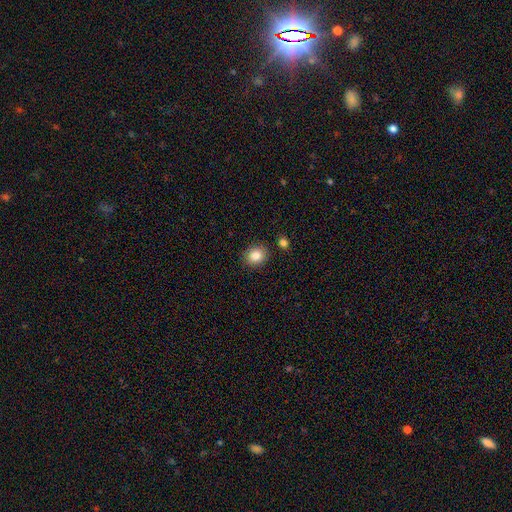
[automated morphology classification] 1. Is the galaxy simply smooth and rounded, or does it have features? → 85% smooth, 9% star or artifact, 6% featured or disk.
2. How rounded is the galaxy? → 65% round, 34% in between, 1% cigar-shaped.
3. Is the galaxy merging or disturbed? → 87% none, 8% minor disturbance, 3% merger, 2% major disturbance.